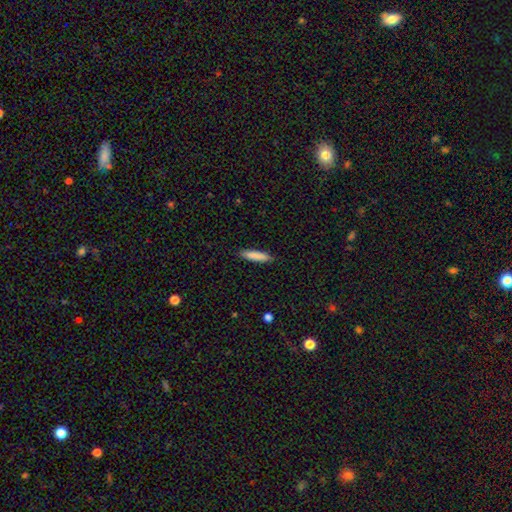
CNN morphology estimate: The model was most divided on "how rounded": cigar-shaped: 82%, in between: 17%, round: 1%. More confident: merging — none (89%); smooth or featured — smooth (86%).